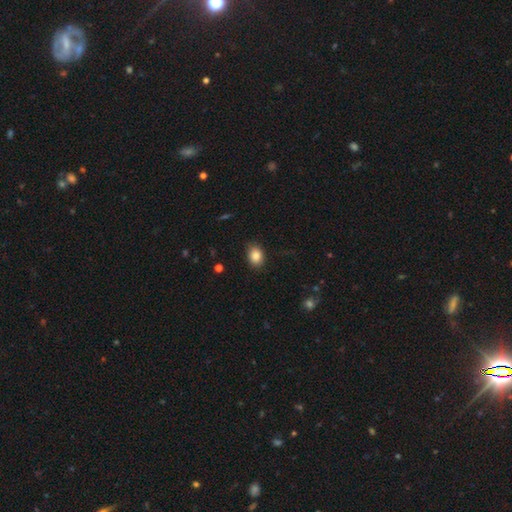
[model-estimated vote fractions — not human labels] Overall: smooth (86%). How rounded: in between (66%; round 33%). Merging: none (84%).